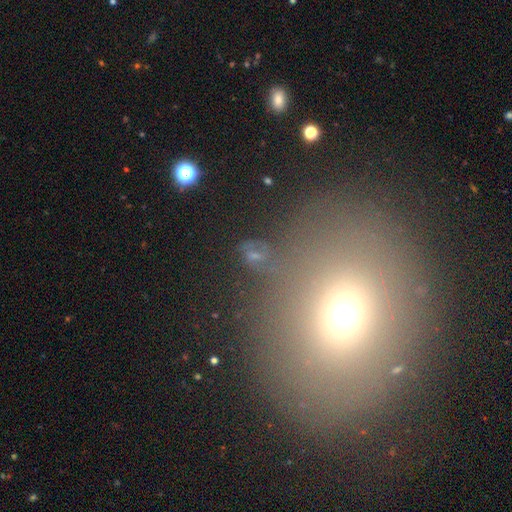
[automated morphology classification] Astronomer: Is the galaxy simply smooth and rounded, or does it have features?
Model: star or artifact — 40% (runner-up: smooth, 33%).